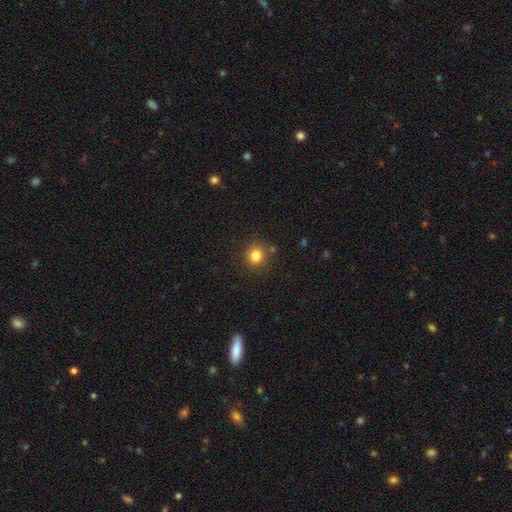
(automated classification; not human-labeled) smooth 82%, star or artifact 12%, featured or disk 6%. Down the decision tree: how rounded — round (88%); merging — none (84%).